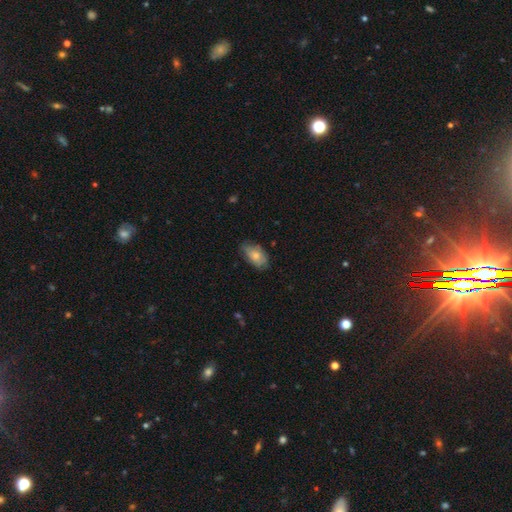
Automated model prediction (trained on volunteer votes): Overall: smooth (75%). How rounded: in between (91%). Merging: none (69%).